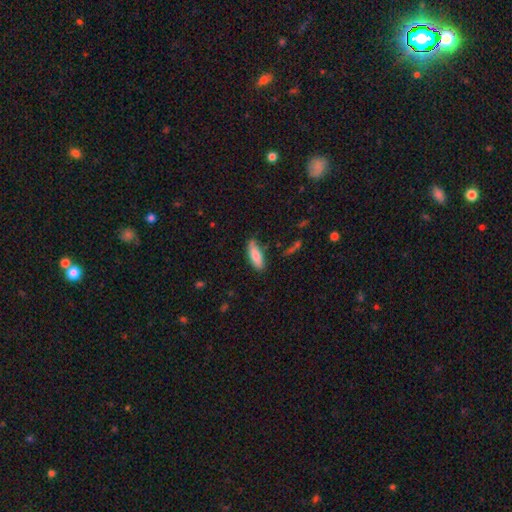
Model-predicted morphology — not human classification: Overall: smooth (80%). How rounded: in between (58%; cigar-shaped 40%). Merging: none (77%).